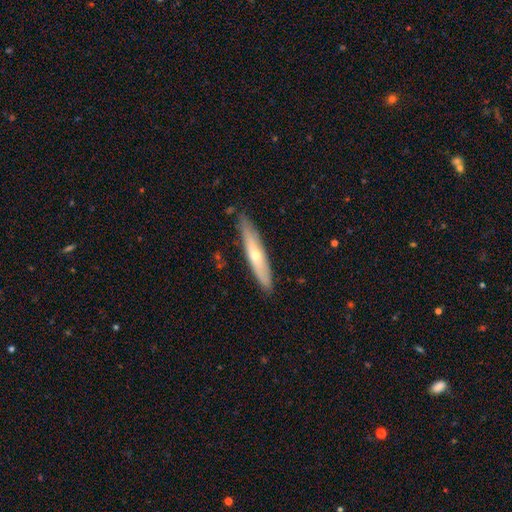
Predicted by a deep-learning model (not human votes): A featured or disk galaxy (48%).

Vote fractions:
- Smooth or featured? featured or disk: 48% / smooth: 46% / star or artifact: 6%
- Merging? none: 83% / minor disturbance: 13% / major disturbance: 2% / merger: 2%